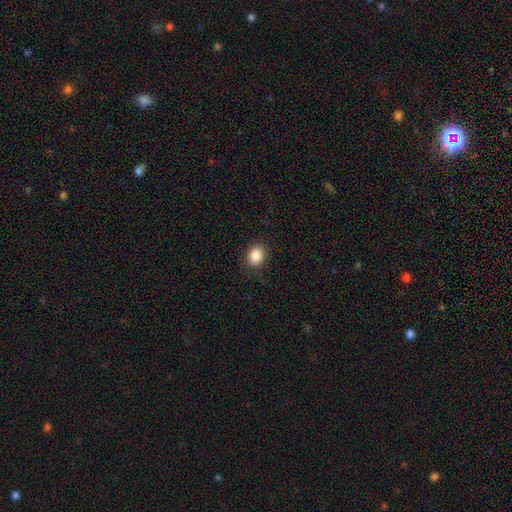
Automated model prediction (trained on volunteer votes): Smooth or featured: smooth — 87% (star or artifact — 9%)
How rounded: round — 53% (in between — 46%)
Merging: none — 88% (minor disturbance — 9%)